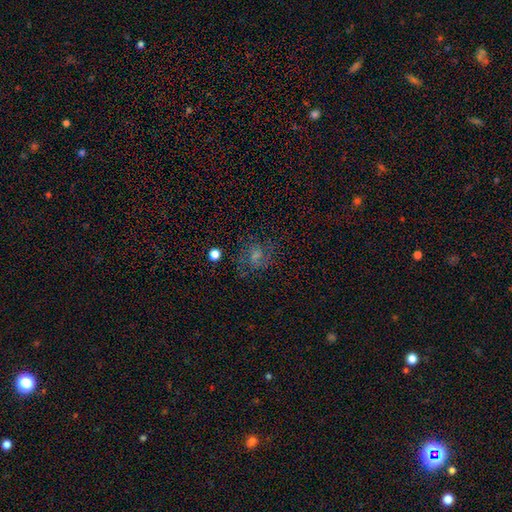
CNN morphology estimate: A smooth galaxy with no disk features (44%). Merging: none (63%).